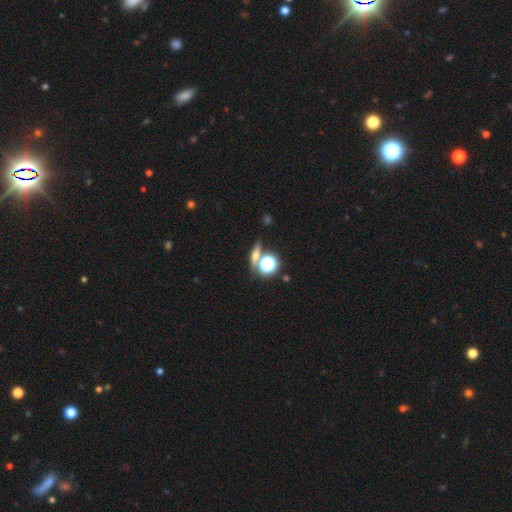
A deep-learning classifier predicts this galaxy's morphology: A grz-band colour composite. It shows a smooth galaxy with no disk features (44%). Merging: none (72%).